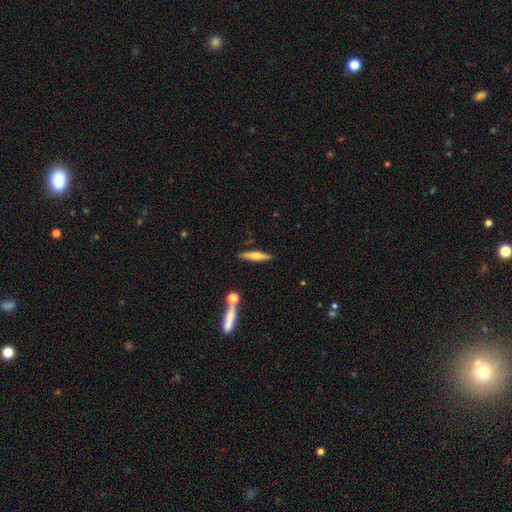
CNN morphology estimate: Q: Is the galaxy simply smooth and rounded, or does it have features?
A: smooth — 48%.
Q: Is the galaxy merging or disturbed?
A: none — 82%.